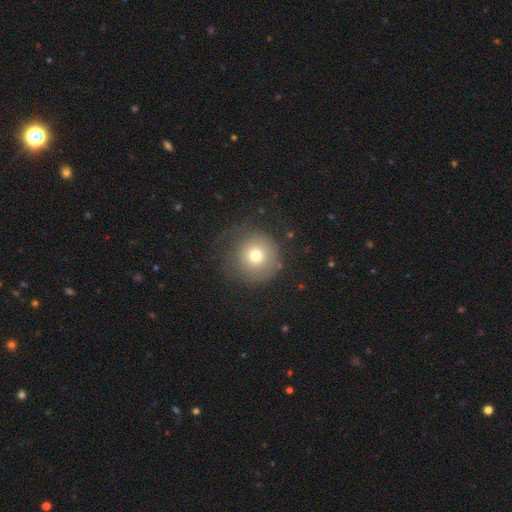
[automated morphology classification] type=smooth (71%); roundness=round (94%); merging=none (66%).